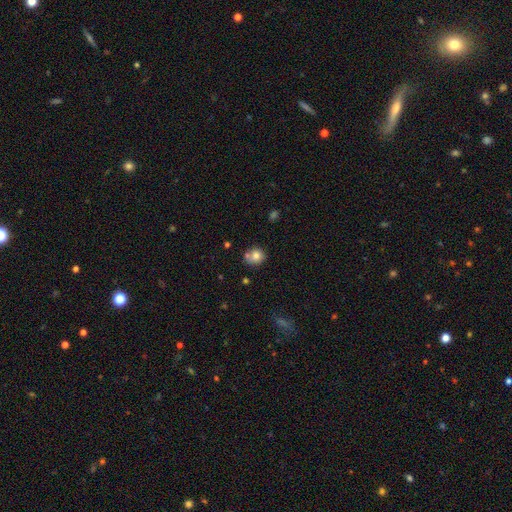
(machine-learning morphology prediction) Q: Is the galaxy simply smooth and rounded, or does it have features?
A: smooth — 77%.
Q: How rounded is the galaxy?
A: round — 79%.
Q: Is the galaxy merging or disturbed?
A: none — 58%.